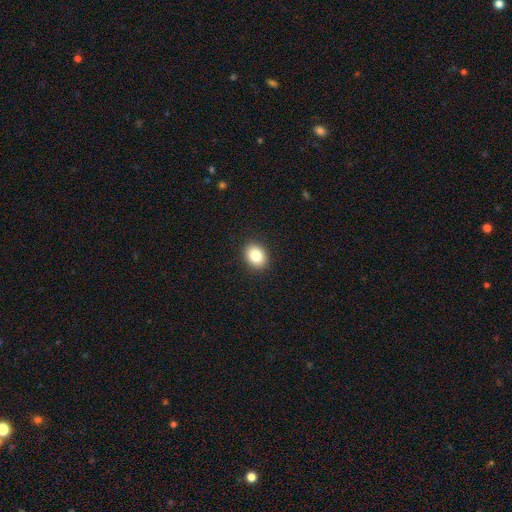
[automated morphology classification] This appears to be a smooth galaxy with no disk features (84%) that is in between round and cigar-shaped (56%). Merging: none (91%).